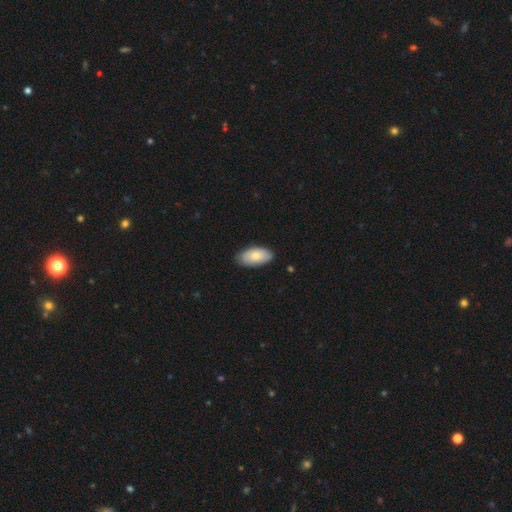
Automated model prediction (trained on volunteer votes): Morphology: type=smooth (79%); roundness=in between (95%); merging=none (83%).